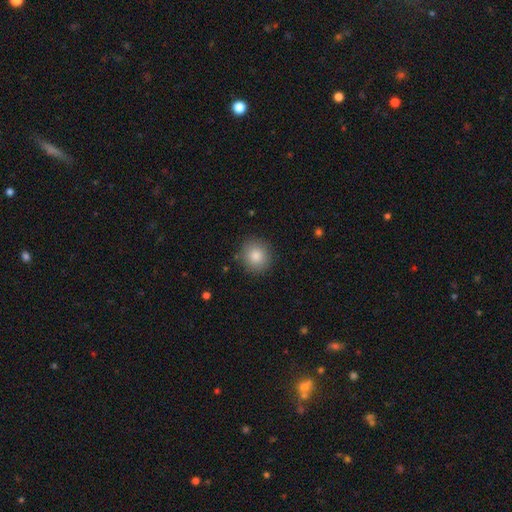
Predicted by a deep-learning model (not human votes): The model was most divided on "how rounded": round: 85%, in between: 14%, cigar-shaped: 1%. More confident: merging — none (89%); smooth or featured — smooth (83%).